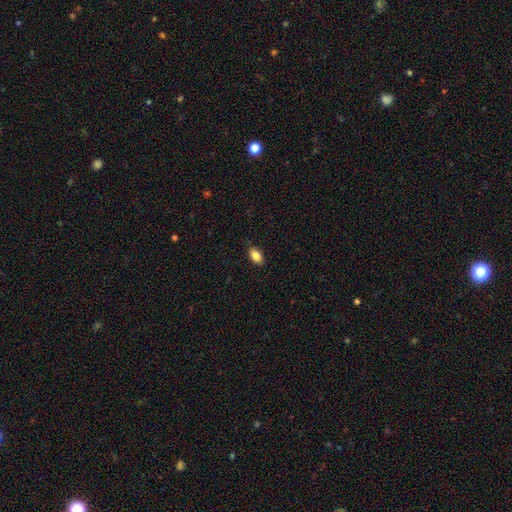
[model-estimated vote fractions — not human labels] Smooth or featured? Predicted: smooth (p=0.85). How rounded? Predicted: in between (p=0.88). Merging? Predicted: none (p=0.84).